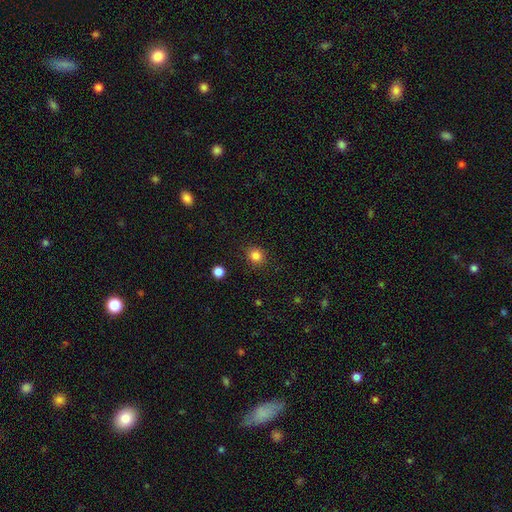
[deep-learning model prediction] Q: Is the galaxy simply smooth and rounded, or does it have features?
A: smooth — 84%.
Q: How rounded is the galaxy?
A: round — 85%.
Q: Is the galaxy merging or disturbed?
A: none — 89%.